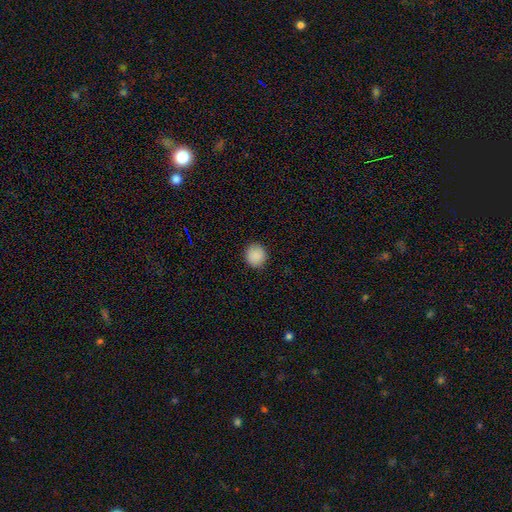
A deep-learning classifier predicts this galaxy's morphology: smooth_or_featured: smooth (p=0.89) [alt: star or artifact p=0.08]
how_rounded: round (p=0.88) [alt: in between p=0.11]
merging: none (p=0.91) [alt: minor disturbance p=0.06]